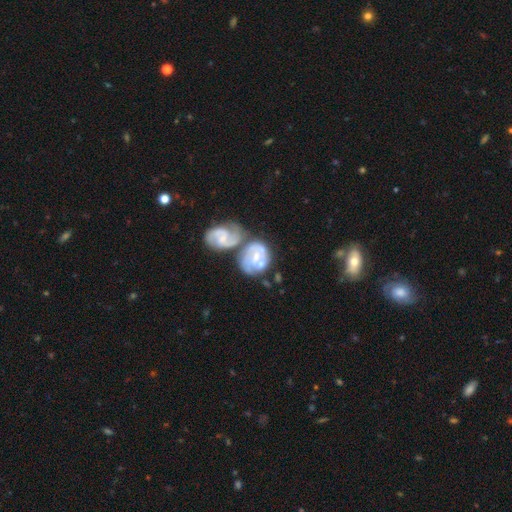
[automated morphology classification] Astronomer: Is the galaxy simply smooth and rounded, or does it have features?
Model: featured or disk — 67%.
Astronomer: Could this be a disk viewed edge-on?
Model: no — 97%.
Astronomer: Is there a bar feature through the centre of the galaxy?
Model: no — 63%.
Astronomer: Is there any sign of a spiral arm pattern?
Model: yes — 64%.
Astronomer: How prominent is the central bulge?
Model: small — 45% (runner-up: moderate, 38%).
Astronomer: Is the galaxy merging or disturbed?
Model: merger — 53%.